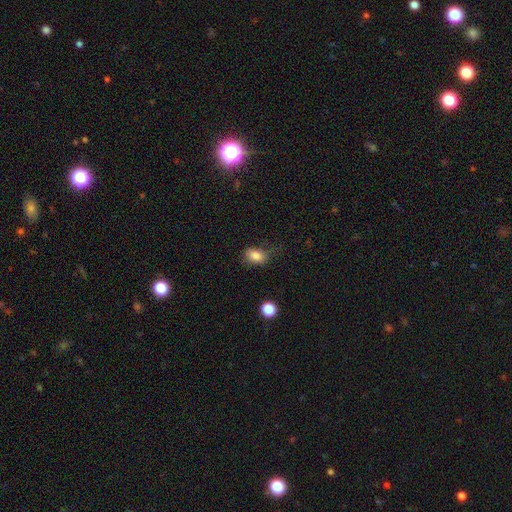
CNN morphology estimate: The model was most divided on "merging": none: 58%, minor disturbance: 28%, major disturbance: 11%, merger: 2%. More confident: smooth or featured — smooth (83%); how rounded — in between (73%).